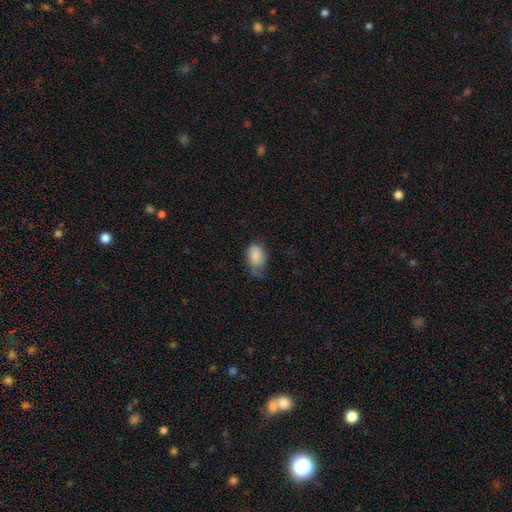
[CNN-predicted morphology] This is likely a smooth galaxy (78%). How rounded: clearly in between (84%). Merging: marginally minor disturbance (40%).